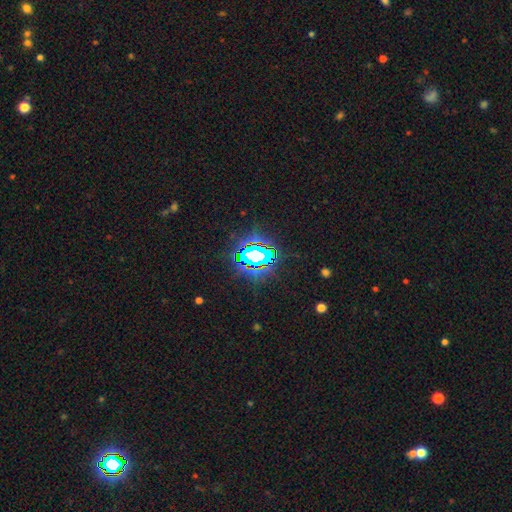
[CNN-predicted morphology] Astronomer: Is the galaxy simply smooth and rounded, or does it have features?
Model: star or artifact — 72%.